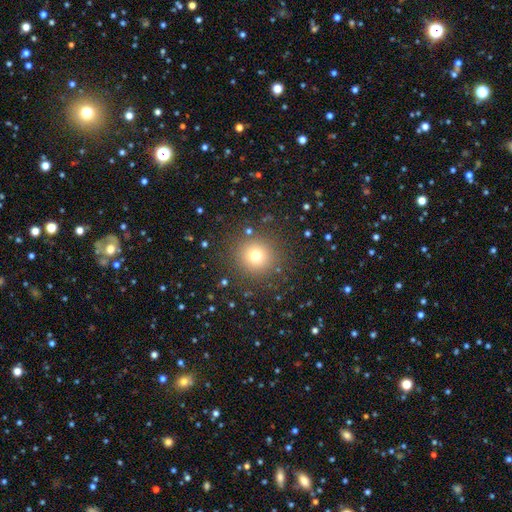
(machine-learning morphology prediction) type=smooth (72%); roundness=round (94%); merging=none (89%).